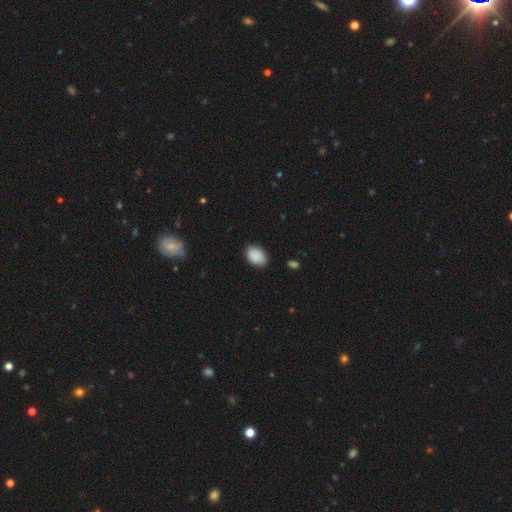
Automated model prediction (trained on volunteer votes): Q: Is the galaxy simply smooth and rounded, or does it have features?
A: smooth — 89%.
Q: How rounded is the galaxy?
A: in between — 80%.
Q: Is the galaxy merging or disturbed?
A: none — 77%.